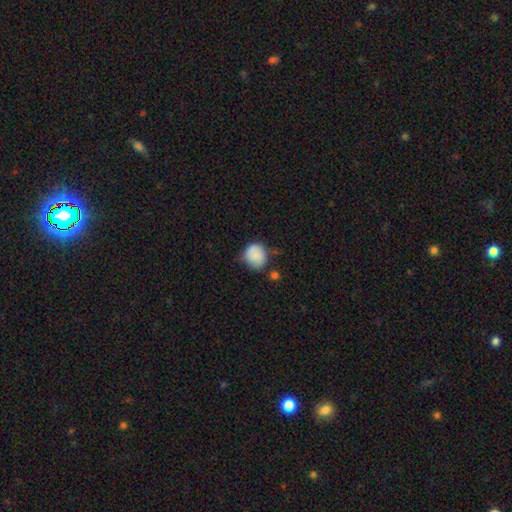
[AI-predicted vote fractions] Smooth or featured? smooth (83%)
How rounded? round (79%)
Merging? none (54%)